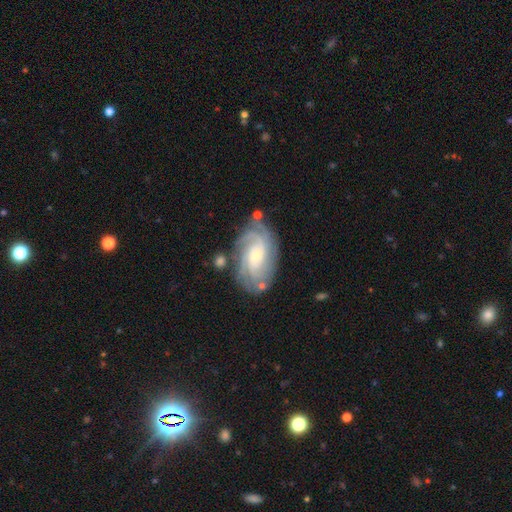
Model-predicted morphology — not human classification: type=featured or disk (85%); edge-on=no (97%); bar=no (59%); spiral arms=yes (97%); winding=tight (65%); arm count=4 (24%); bulge=small (60%); merging=none (75%).